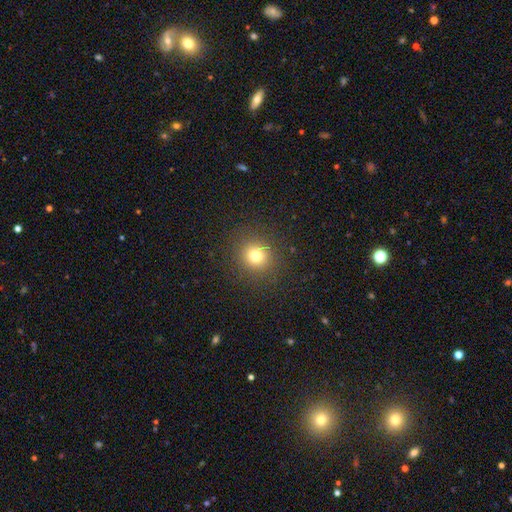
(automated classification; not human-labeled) Smooth or featured: smooth — 74% (star or artifact — 17%)
How rounded: round — 91% (in between — 8%)
Merging: none — 89% (minor disturbance — 7%)